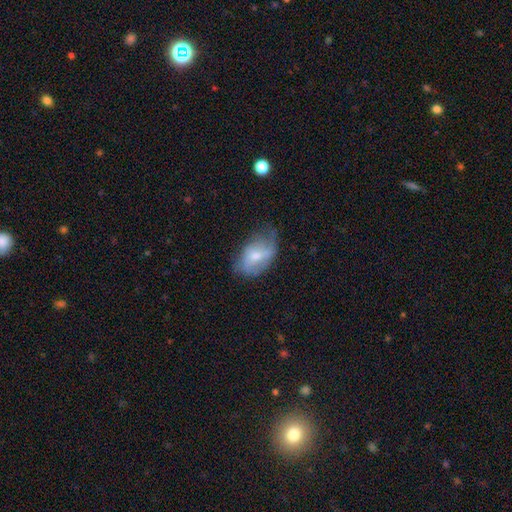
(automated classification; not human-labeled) smooth_or_featured: smooth (p=0.50) [alt: featured or disk p=0.43]
merging: none (p=0.42) [alt: minor disturbance p=0.38]